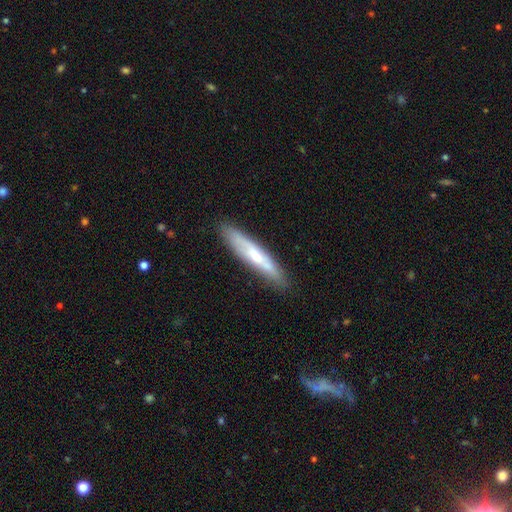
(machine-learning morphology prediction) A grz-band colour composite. It shows a smooth galaxy with no disk features (47%, tied with featured or disk). Merging: none (83%).